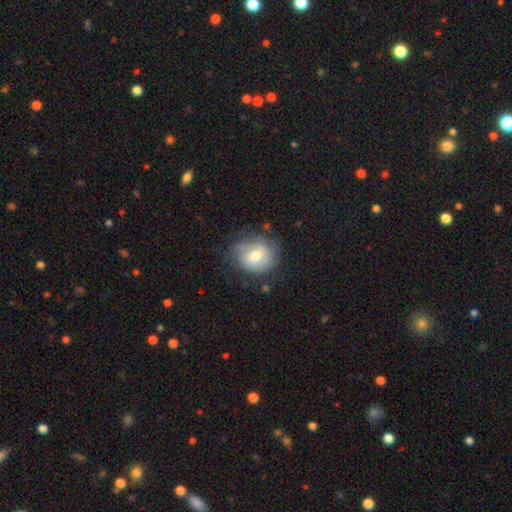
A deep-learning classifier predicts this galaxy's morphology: smooth 49%, featured or disk 43%, star or artifact 8%. Down the decision tree: merging — none (61%).